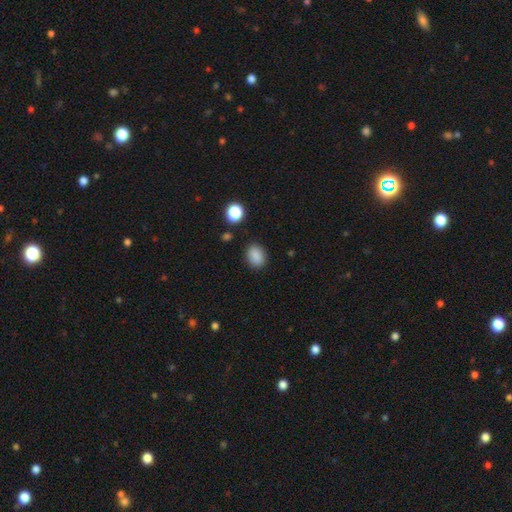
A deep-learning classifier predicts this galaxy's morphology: Smooth or featured? Predicted: smooth (p=0.86). How rounded? Predicted: in between (p=0.64). Merging? Predicted: none (p=0.85).